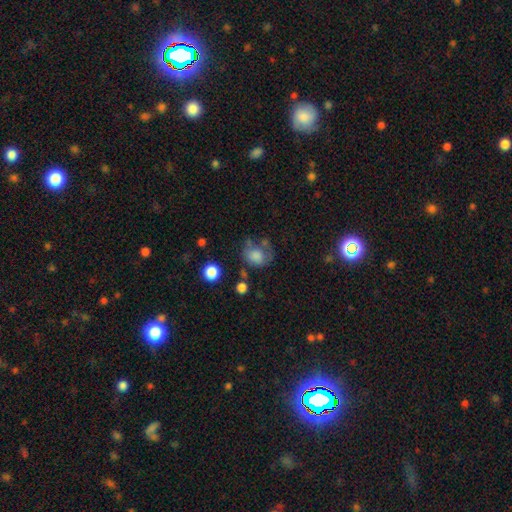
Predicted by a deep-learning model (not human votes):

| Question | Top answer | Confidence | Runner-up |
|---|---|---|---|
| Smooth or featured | smooth | 71% | featured or disk (18%) |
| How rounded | round | 62% | in between (37%) |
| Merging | none | 38% | major disturbance (26%) |